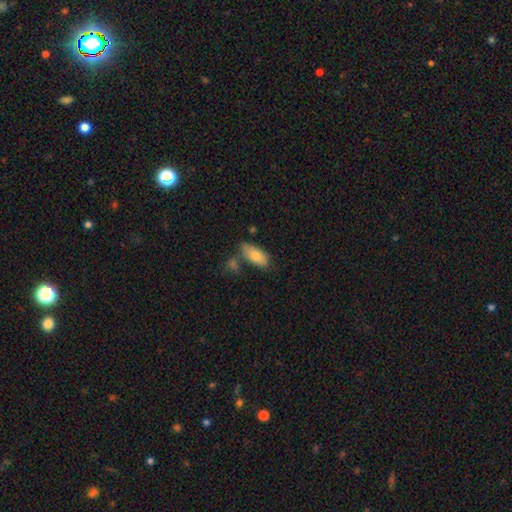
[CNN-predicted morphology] A smooth galaxy with no disk features (76%) that is in between round and cigar-shaped (87%).

Vote fractions:
- Smooth or featured? smooth: 76% / featured or disk: 18% / star or artifact: 6%
- How rounded? in between: 87% / cigar-shaped: 10% / round: 3%
- Merging? none: 63% / minor disturbance: 18% / merger: 15% / major disturbance: 4%